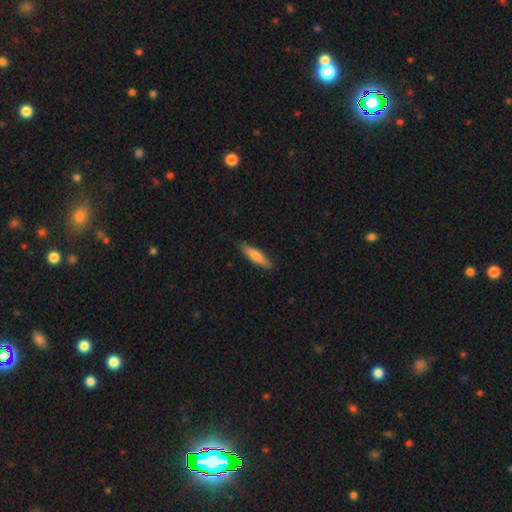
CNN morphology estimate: smooth 74%, featured or disk 21%, star or artifact 5%. Down the decision tree: how rounded — cigar-shaped (77%); merging — none (85%).